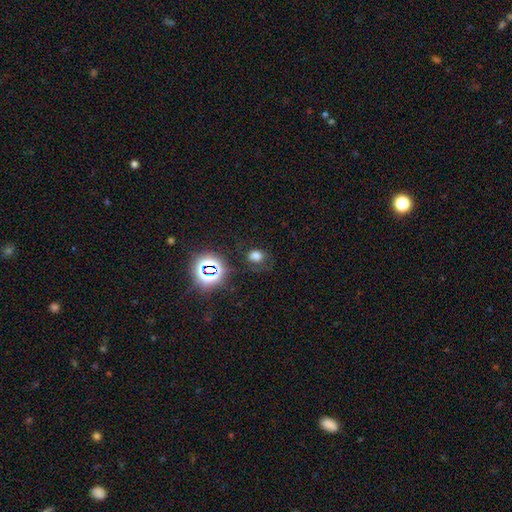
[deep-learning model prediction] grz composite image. It shows a smooth galaxy with no disk features (65%) that is in between round and cigar-shaped (50%). Merging: none (62%).